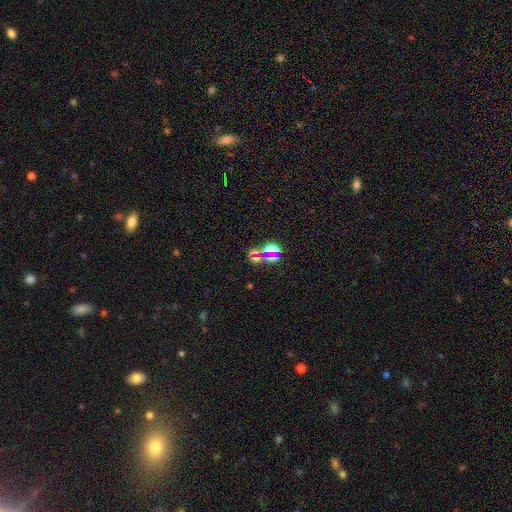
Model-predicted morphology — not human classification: Smooth or featured: star or artifact — 49% (smooth — 34%)